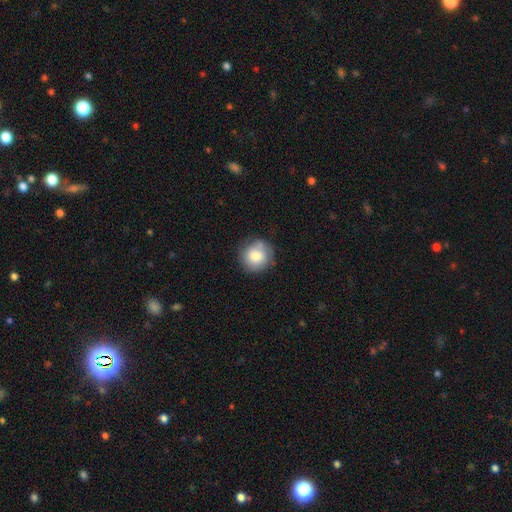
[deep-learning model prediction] A smooth galaxy with no disk features (79%) that is round (90%). Merging: none (77%).